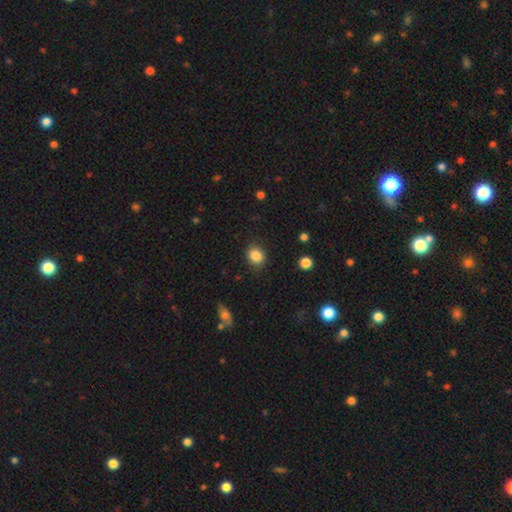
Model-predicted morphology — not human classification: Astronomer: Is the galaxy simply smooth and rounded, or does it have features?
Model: smooth — 86%.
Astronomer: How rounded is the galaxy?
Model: round — 62% (runner-up: in between, 37%).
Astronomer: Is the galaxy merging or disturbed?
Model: none — 87%.